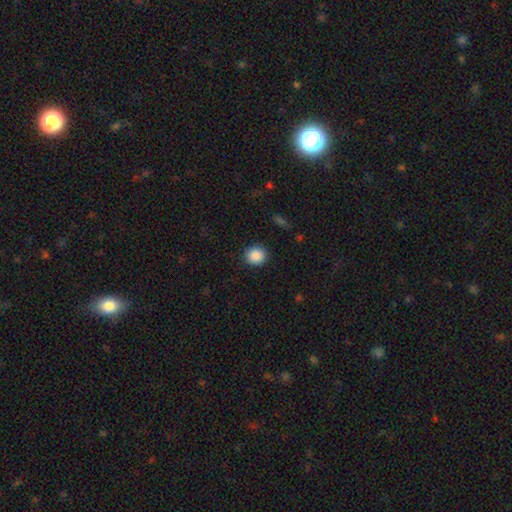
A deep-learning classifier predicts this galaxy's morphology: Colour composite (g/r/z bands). It shows a smooth galaxy with no disk features (88%) that is round (87%). Merging: none (90%).